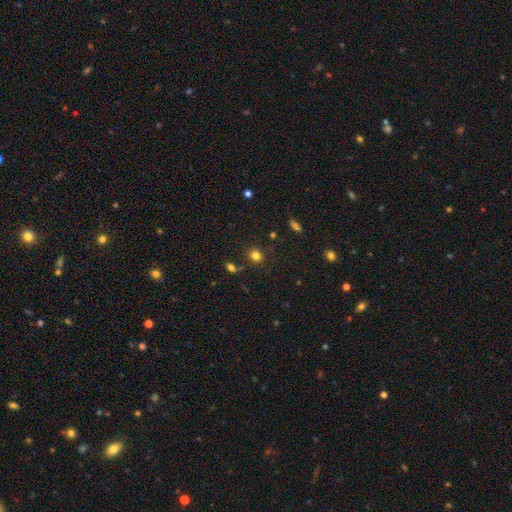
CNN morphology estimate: Smooth or featured?
  - smooth: 78% *
  - star or artifact: 16%
  - featured or disk: 6%
How rounded?
  - round: 82% *
  - in between: 17%
  - cigar-shaped: 1%
Merging?
  - none: 82% *
  - minor disturbance: 10%
  - merger: 5%
  - major disturbance: 3%